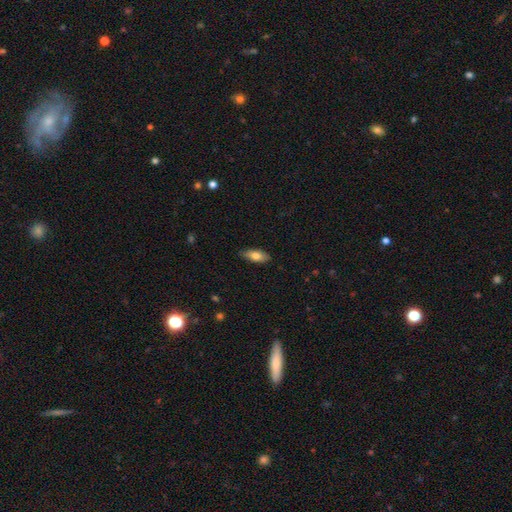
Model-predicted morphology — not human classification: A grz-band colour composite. It shows a smooth galaxy with no disk features (76%) that is in between round and cigar-shaped (78%). Merging: none (86%).